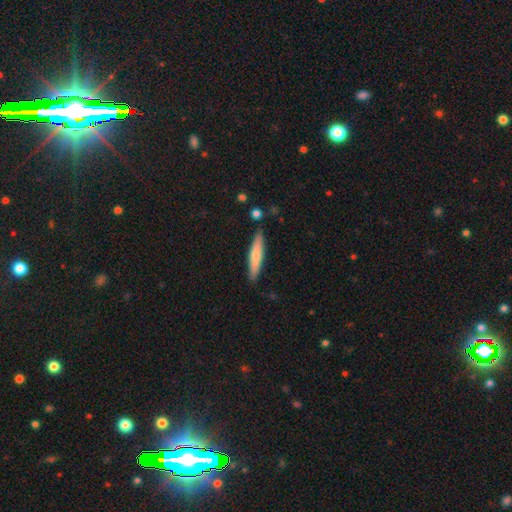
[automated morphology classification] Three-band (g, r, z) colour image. It shows a smooth galaxy with no disk features (67%) that is cigar-shaped (88%). Merging: none (87%).